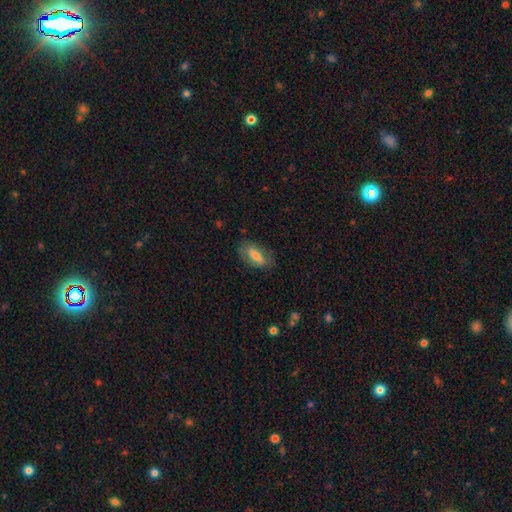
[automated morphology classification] Q: Smooth or featured?
A: smooth (64%); runner-up: featured or disk (29%)
Q: How rounded?
A: in between (81%); runner-up: cigar-shaped (16%)
Q: Merging?
A: none (75%); runner-up: minor disturbance (17%)